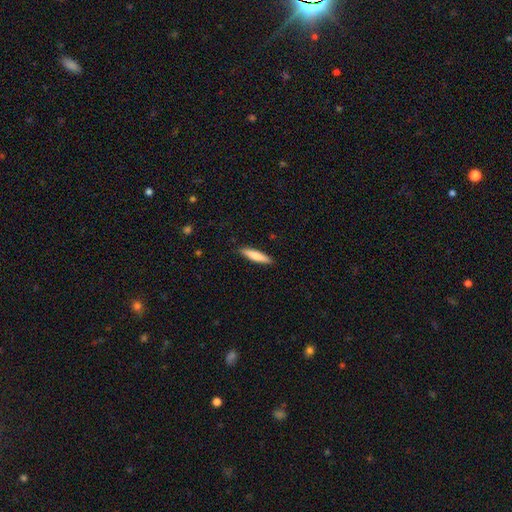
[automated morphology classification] The model was most divided on "smooth or featured": smooth: 76%, featured or disk: 18%, star or artifact: 5%. More confident: merging — none (89%); how rounded — cigar-shaped (82%).